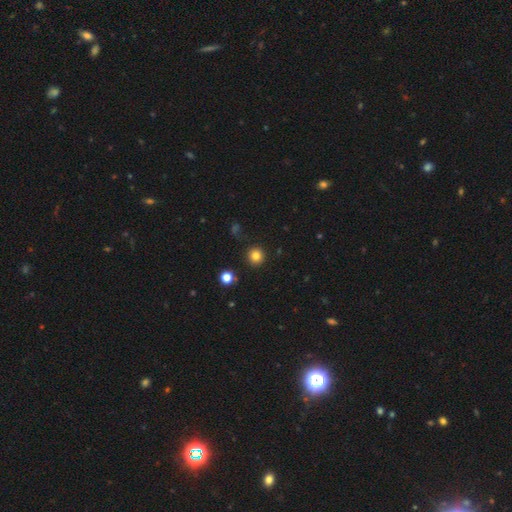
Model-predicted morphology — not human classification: Smooth or featured? smooth (82%)
How rounded? round (94%)
Merging? none (91%)